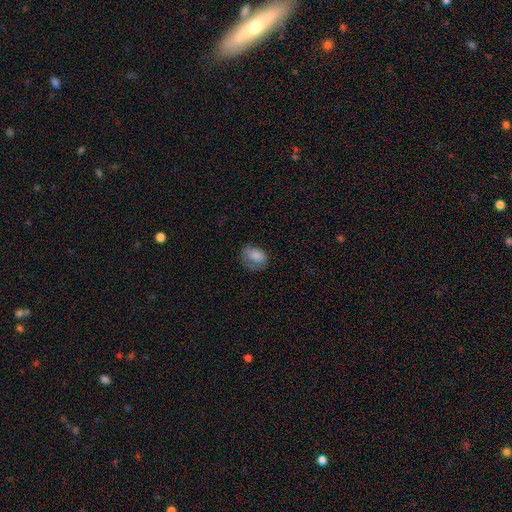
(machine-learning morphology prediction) Smooth or featured?
  - smooth: 81% *
  - featured or disk: 10%
  - star or artifact: 9%
How rounded?
  - in between: 68% *
  - round: 31%
  - cigar-shaped: 1%
Merging?
  - none: 53% *
  - minor disturbance: 29%
  - major disturbance: 16%
  - merger: 1%